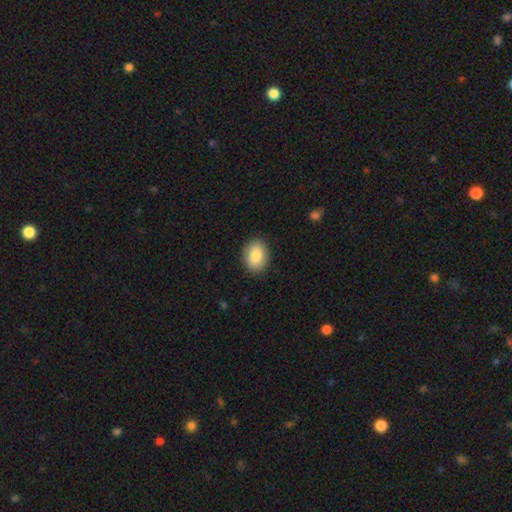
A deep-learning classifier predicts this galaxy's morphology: This appears to be a smooth galaxy with no disk features (86%) that is in between round and cigar-shaped (65%). Merging: none (89%).